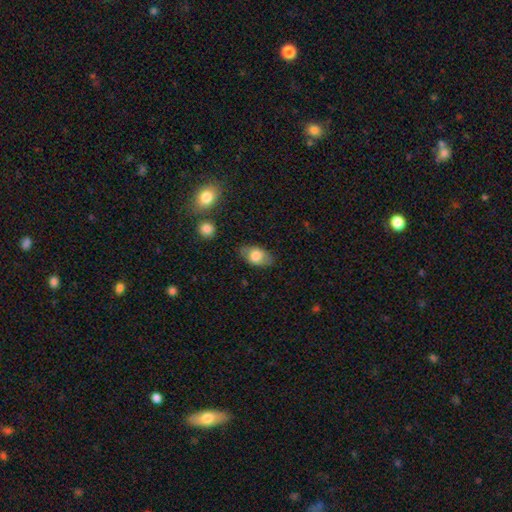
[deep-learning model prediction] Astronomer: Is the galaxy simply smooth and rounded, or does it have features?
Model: smooth — 72%.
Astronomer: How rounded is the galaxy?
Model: in between — 90%.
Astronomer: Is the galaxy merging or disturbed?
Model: none — 77%.